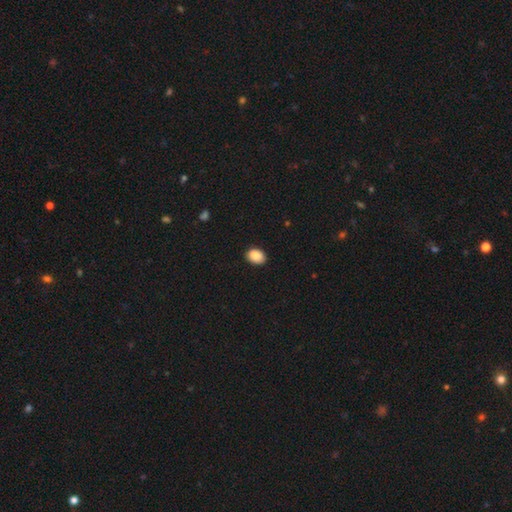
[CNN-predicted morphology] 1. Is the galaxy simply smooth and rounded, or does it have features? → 90% smooth, 7% star or artifact, 3% featured or disk.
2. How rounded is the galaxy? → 76% in between, 23% round, 1% cigar-shaped.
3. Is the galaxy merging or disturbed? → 89% none, 8% minor disturbance, 2% major disturbance, 1% merger.